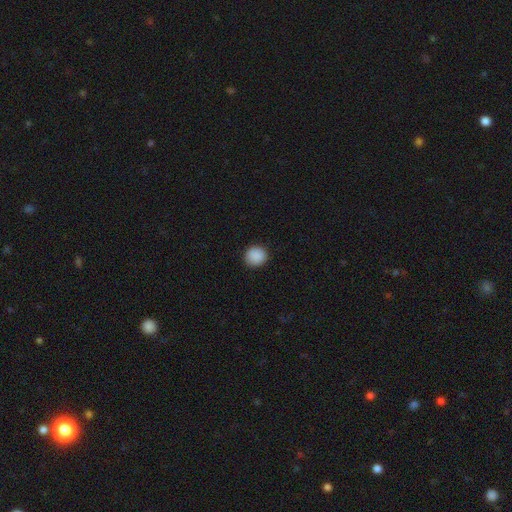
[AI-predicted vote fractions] Smooth or featured? smooth (89%)
How rounded? round (88%)
Merging? none (90%)